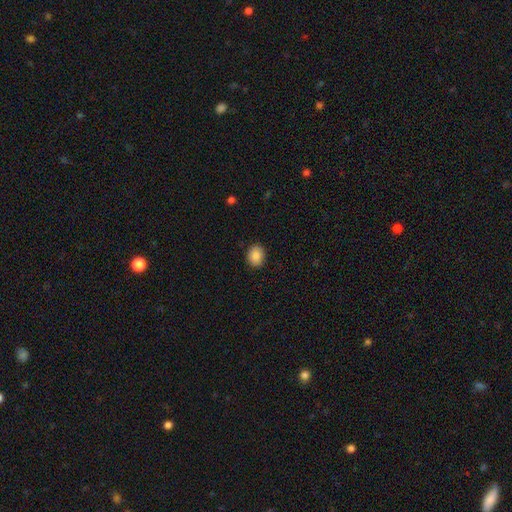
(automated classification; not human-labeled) Smooth or featured? Predicted: smooth (p=0.86). How rounded? Predicted: round (p=0.57). Merging? Predicted: none (p=0.89).